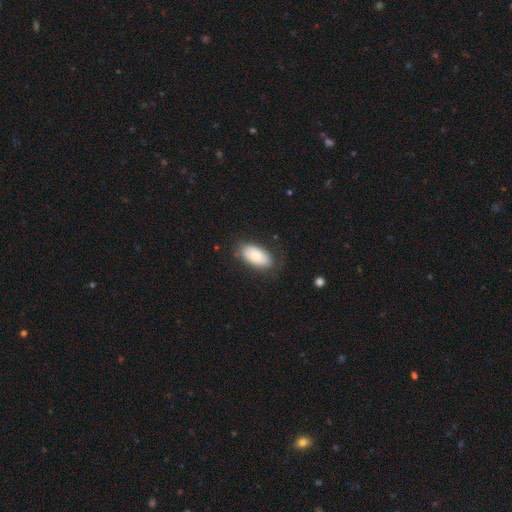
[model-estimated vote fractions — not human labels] A smooth galaxy with no disk features (78%) that is in between round and cigar-shaped (94%). Merging: none (77%).